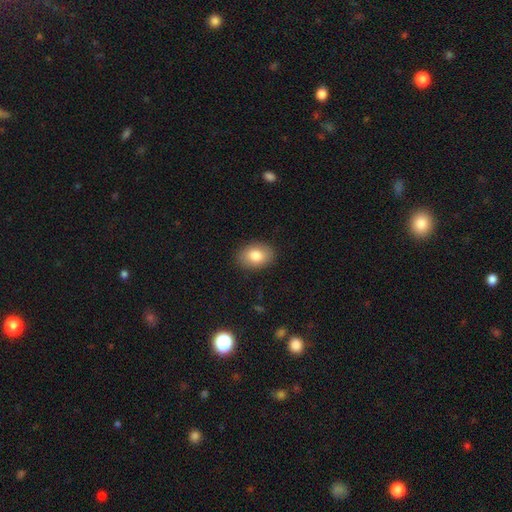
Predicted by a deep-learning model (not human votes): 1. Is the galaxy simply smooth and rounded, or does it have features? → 82% smooth, 10% featured or disk, 8% star or artifact.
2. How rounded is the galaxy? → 79% in between, 19% round, 1% cigar-shaped.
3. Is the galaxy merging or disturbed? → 88% none, 9% minor disturbance, 2% major disturbance, 1% merger.